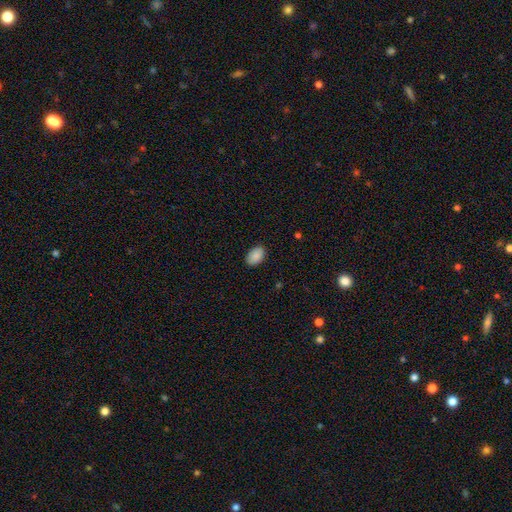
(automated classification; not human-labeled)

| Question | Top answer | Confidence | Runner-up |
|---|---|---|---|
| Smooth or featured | smooth | 90% | star or artifact (7%) |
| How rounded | in between | 91% | round (8%) |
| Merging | none | 88% | minor disturbance (9%) |